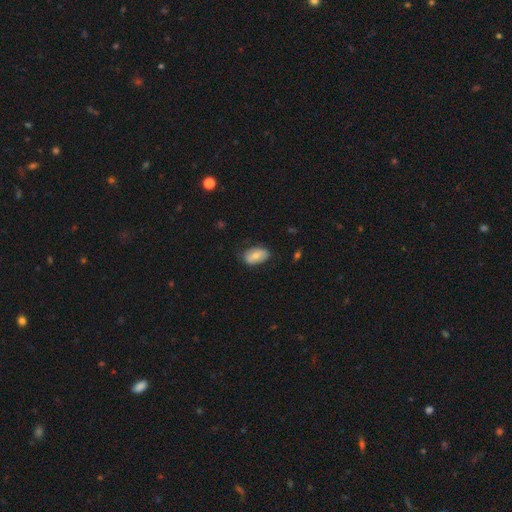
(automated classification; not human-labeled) smooth_or_featured: smooth (p=0.71) [alt: featured or disk p=0.22]
how_rounded: in between (p=0.92) [alt: round p=0.06]
merging: none (p=0.72) [alt: minor disturbance p=0.22]